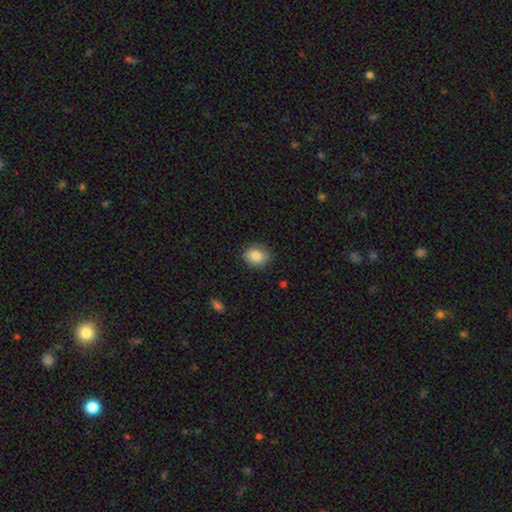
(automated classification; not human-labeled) Morphology: type=smooth (85%); roundness=in between (51%); merging=none (87%).